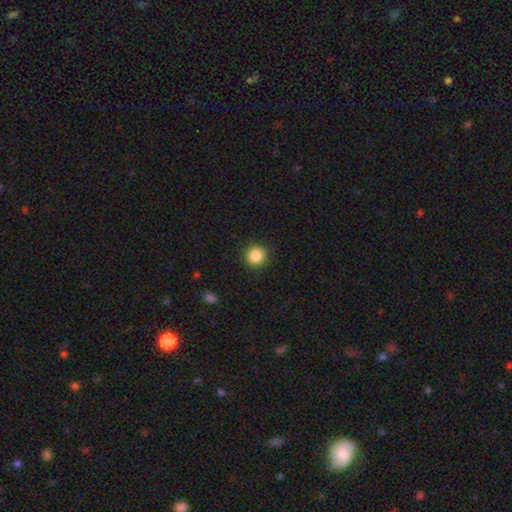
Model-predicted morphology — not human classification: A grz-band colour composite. It shows a smooth galaxy with no disk features (86%) that is round (93%). Merging: none (91%).